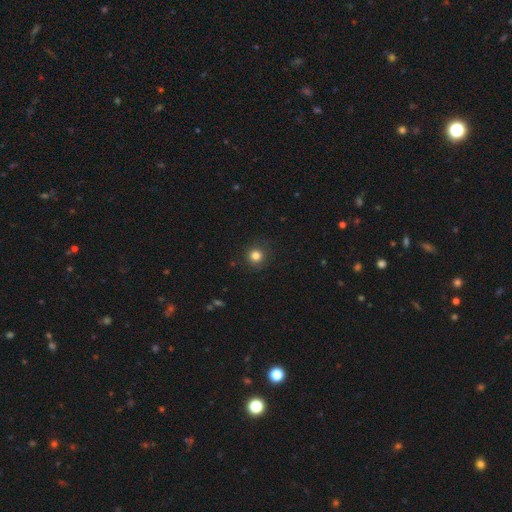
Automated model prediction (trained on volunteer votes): smooth_or_featured: smooth (p=0.82) [alt: star or artifact p=0.13]
how_rounded: round (p=0.93) [alt: in between p=0.06]
merging: none (p=0.89) [alt: minor disturbance p=0.08]